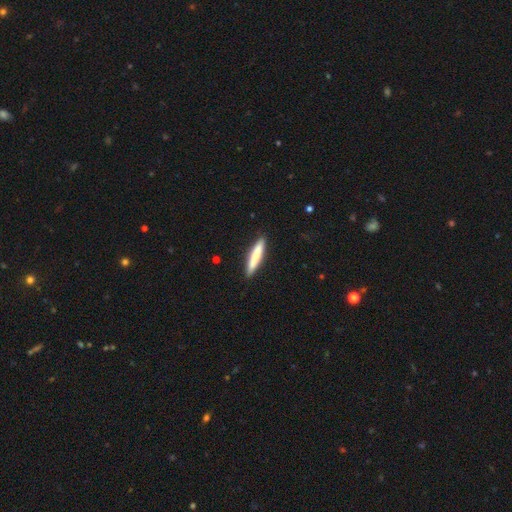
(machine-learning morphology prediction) smooth-or-featured: smooth: 75% | featured or disk: 20% | star or artifact: 5%
  how-rounded: cigar-shaped: 91% | in between: 7% | round: 1%
  merging: none: 90% | minor disturbance: 7% | major disturbance: 1% | merger: 1%